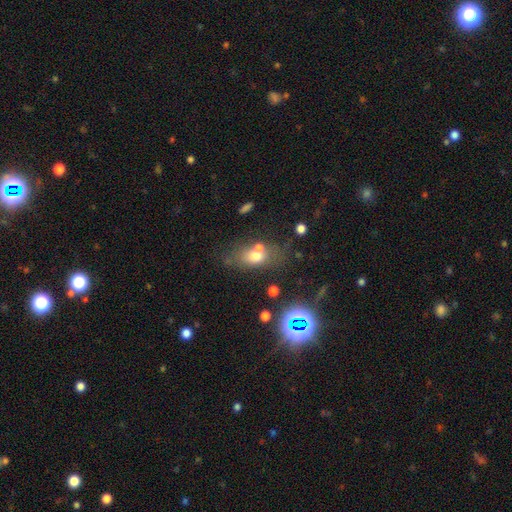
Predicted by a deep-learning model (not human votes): The model was most divided on "merging": none: 48%, merger: 27%, minor disturbance: 16%, major disturbance: 9%. More confident: how rounded — in between (71%); smooth or featured — smooth (67%).